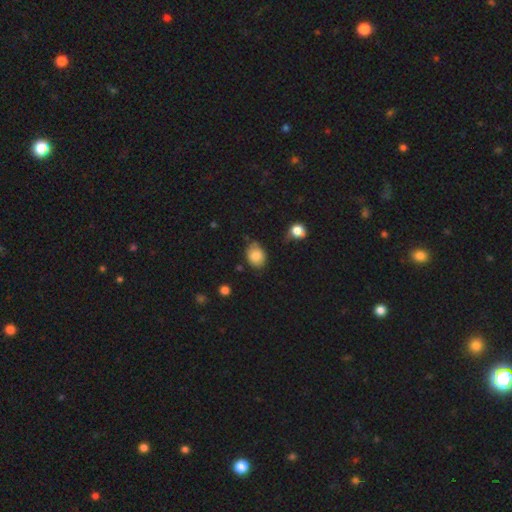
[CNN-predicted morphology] smooth 83%, star or artifact 9%, featured or disk 8%. Down the decision tree: how rounded — in between (61%); merging — none (68%).